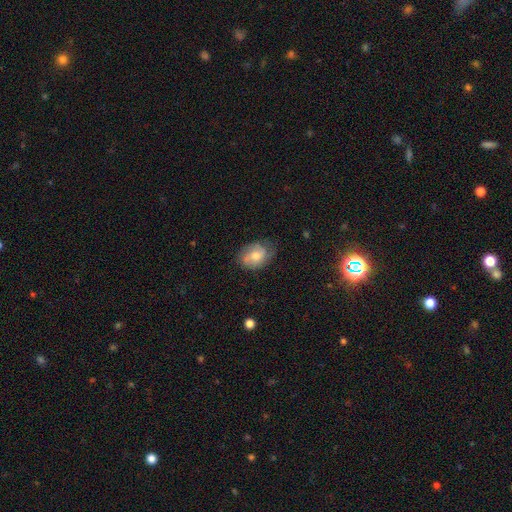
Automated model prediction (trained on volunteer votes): This is possibly a smooth galaxy (52%). How rounded: likely in between (72%). Merging: likely none (67%).